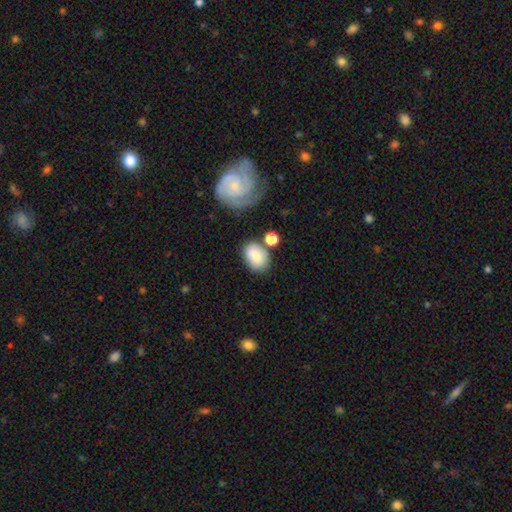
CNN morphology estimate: Smooth or featured?
  - smooth: 78% *
  - featured or disk: 15%
  - star or artifact: 8%
How rounded?
  - in between: 73% *
  - round: 26%
  - cigar-shaped: 1%
Merging?
  - none: 62% *
  - minor disturbance: 18%
  - merger: 13%
  - major disturbance: 7%